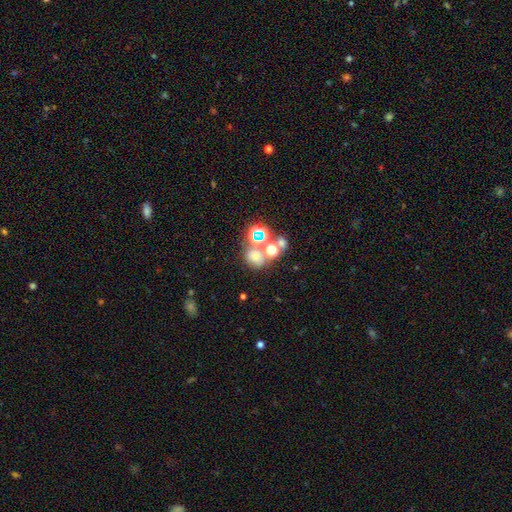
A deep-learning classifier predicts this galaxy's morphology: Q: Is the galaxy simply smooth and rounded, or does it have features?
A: smooth — 54%.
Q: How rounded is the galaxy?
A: round — 68%.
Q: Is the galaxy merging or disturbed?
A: none — 47%.